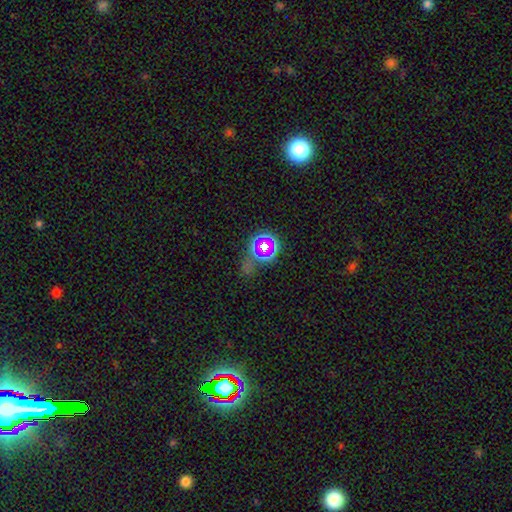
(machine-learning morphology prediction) Smooth or featured? smooth (44%)
Merging? none (49%)